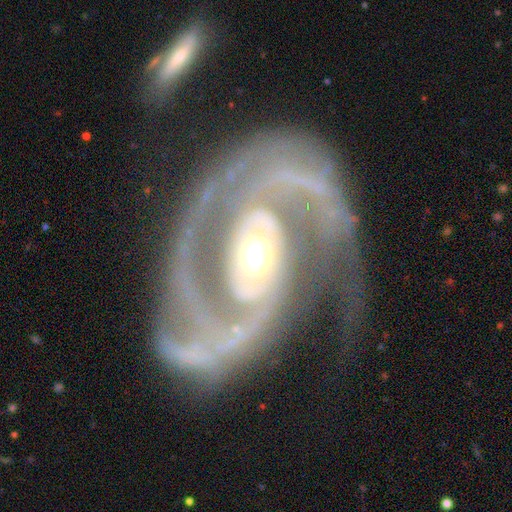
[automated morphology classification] Overall: featured or disk (89%). Edge-on disk: no (96%). Bar: no (57%; strong 21%). Spiral arms: yes (83%). Spiral arm count: 2 (65%). Spiral winding: medium (41%; tight 37%). Bulge size: moderate (65%). Merging: none (62%).